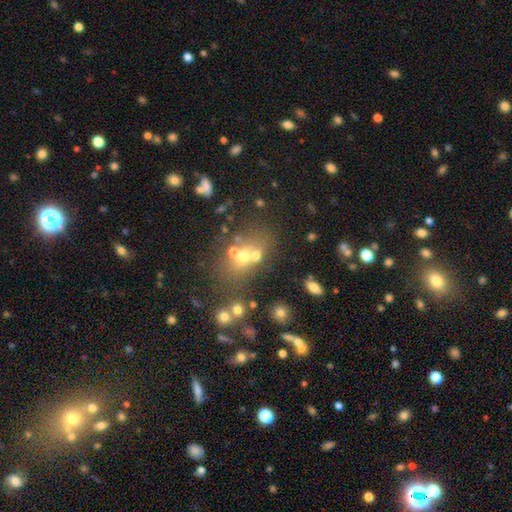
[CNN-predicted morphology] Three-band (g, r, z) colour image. It shows a smooth galaxy with no disk features (52%) that is in between round and cigar-shaped (52%). Merging: merger (43%).